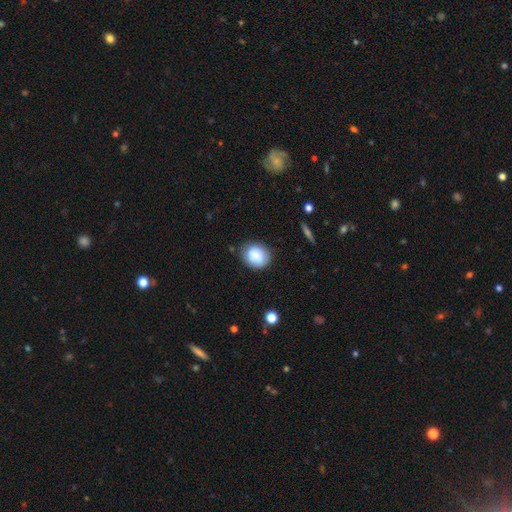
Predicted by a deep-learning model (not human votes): Smooth or featured?
  - smooth: 82% *
  - featured or disk: 10%
  - star or artifact: 8%
How rounded?
  - round: 65% *
  - in between: 34%
  - cigar-shaped: 1%
Merging?
  - none: 78% *
  - minor disturbance: 17%
  - major disturbance: 4%
  - merger: 2%